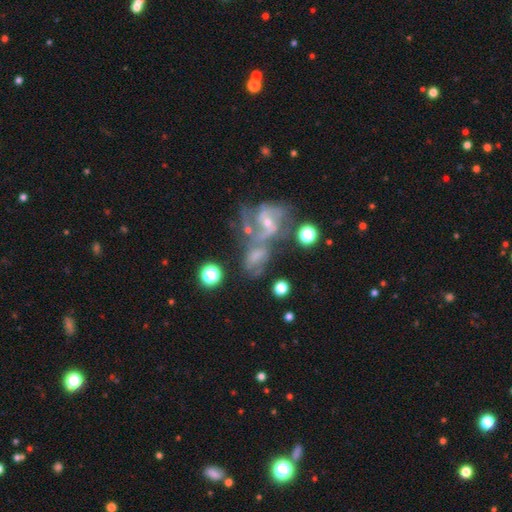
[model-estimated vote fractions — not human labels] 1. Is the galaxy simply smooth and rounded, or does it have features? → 56% featured or disk, 29% smooth, 15% star or artifact.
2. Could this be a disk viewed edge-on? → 96% no, 4% yes.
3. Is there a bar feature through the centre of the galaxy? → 47% no, 36% weak, 18% strong.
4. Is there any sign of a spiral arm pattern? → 72% yes, 28% no.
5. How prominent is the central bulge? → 44% small, 36% moderate, 13% none, 5% large, 2% dominant.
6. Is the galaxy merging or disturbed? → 53% merger, 20% none, 16% major disturbance, 11% minor disturbance.